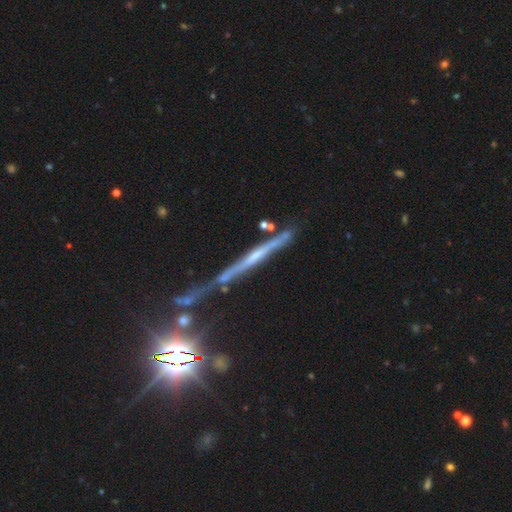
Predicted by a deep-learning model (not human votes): The model was most divided on "edge-on bulge": none: 47%, rounded: 42%, boxy: 12%. More confident: edge-on disk — yes (92%); smooth or featured — featured or disk (65%); merging — none (63%).